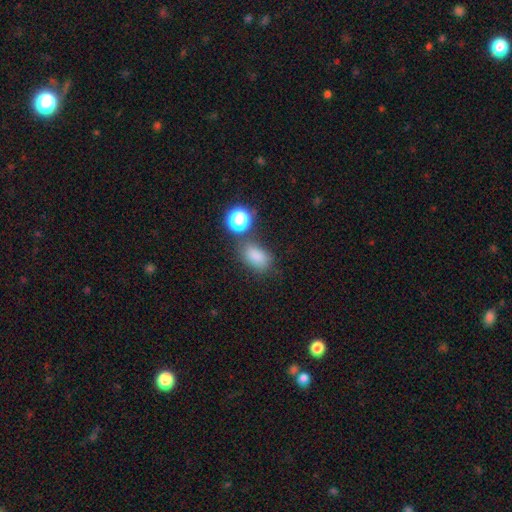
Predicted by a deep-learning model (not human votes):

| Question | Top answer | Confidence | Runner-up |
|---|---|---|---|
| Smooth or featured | smooth | 80% | star or artifact (14%) |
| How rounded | in between | 81% | round (17%) |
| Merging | none | 67% | minor disturbance (16%) |